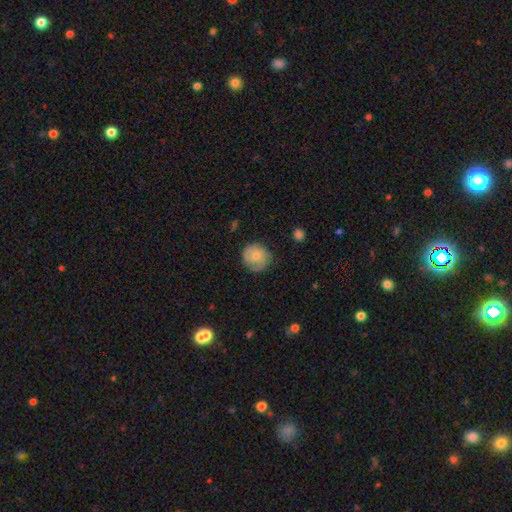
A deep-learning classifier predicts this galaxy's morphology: This is possibly a smooth galaxy (59%). How rounded: clearly round (88%). Merging: likely none (72%).